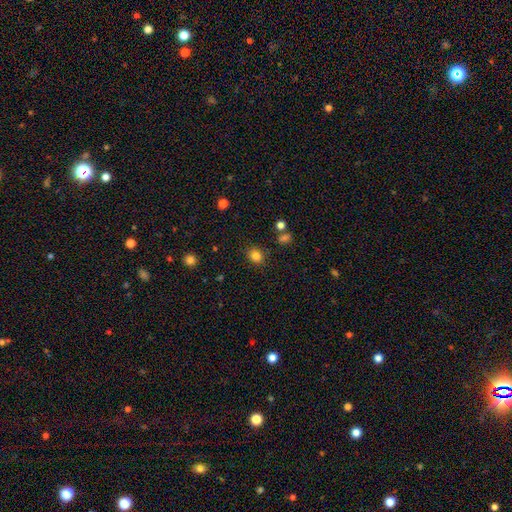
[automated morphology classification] Smooth or featured? Predicted: smooth (p=0.83). How rounded? Predicted: round (p=0.65). Merging? Predicted: none (p=0.84).